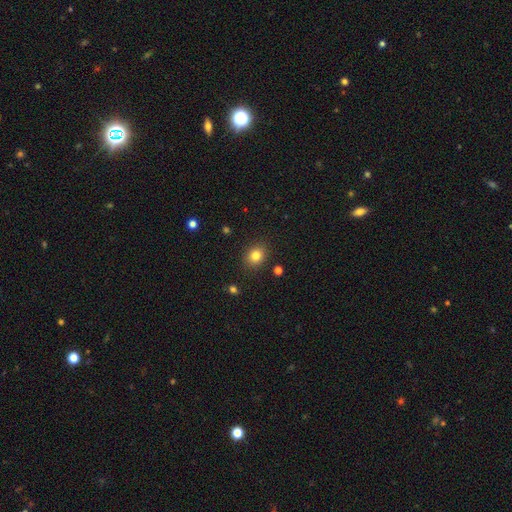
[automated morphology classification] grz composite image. It shows a smooth galaxy with no disk features (82%) that is round (64%). Merging: none (88%).